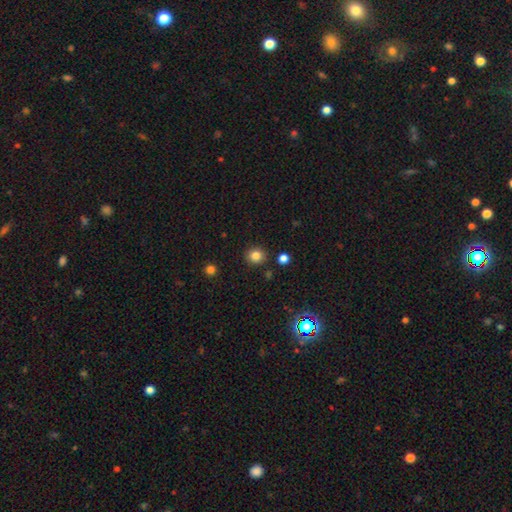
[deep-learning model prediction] A smooth galaxy with no disk features (82%) that is round (87%).

Vote fractions:
- Smooth or featured? smooth: 82% / star or artifact: 13% / featured or disk: 5%
- How rounded? round: 87% / in between: 12% / cigar-shaped: 1%
- Merging? none: 89% / minor disturbance: 6% / merger: 3% / major disturbance: 2%